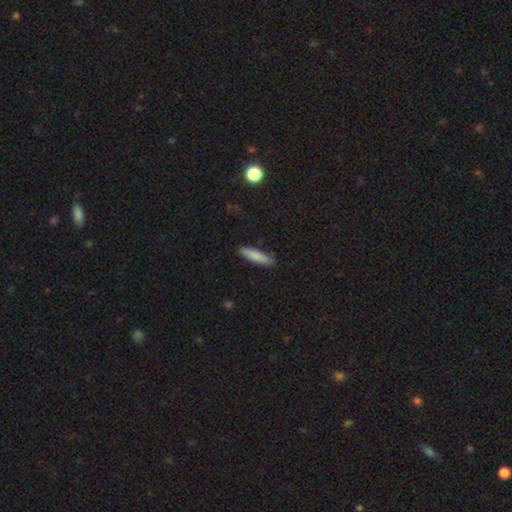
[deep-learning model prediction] A smooth galaxy with no disk features (83%) that is cigar-shaped (75%).

Vote fractions:
- Smooth or featured? smooth: 83% / featured or disk: 11% / star or artifact: 6%
- How rounded? cigar-shaped: 75% / in between: 23% / round: 1%
- Merging? none: 87% / minor disturbance: 10% / major disturbance: 2% / merger: 1%